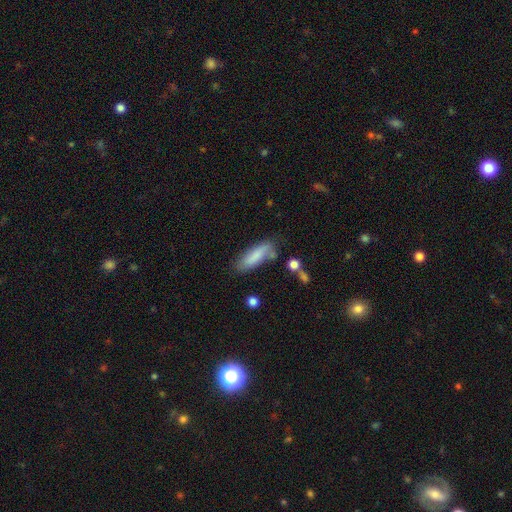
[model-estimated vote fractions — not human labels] A smooth galaxy with no disk features (79%) that is in between round and cigar-shaped (50%). Merging: none (66%).